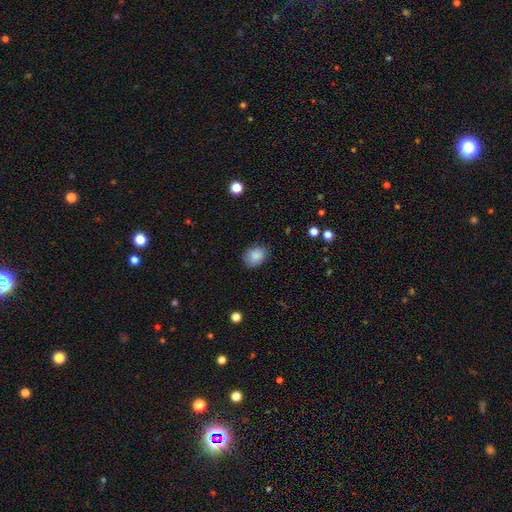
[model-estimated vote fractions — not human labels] This is clearly a smooth galaxy (87%). How rounded: possibly in between (59%). Merging: likely none (80%).